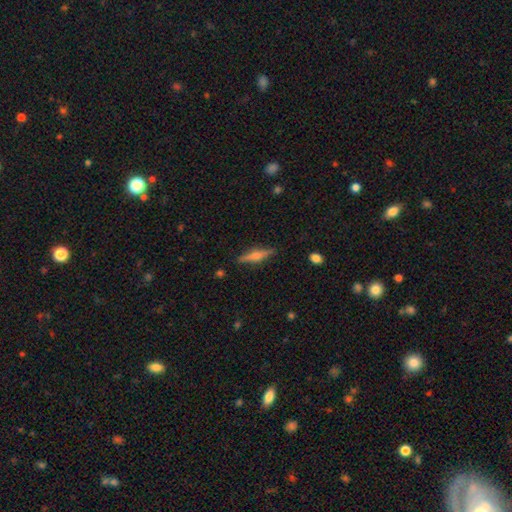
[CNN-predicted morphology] type=featured or disk (54%); edge-on=yes (96%); edge-on bulge=rounded (79%); merging=none (87%).